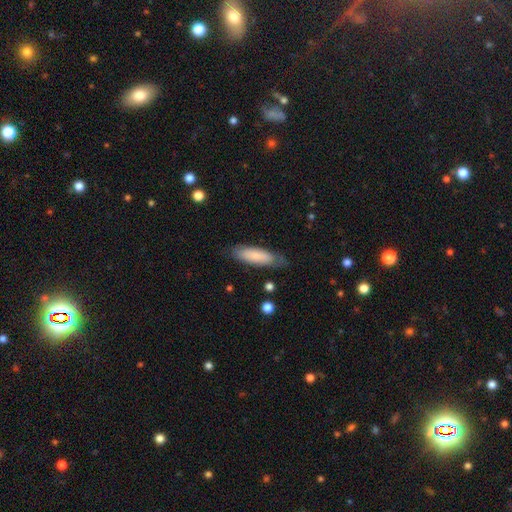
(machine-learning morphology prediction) Overall: smooth (79%). How rounded: cigar-shaped (54%; in between 45%). Merging: none (74%).